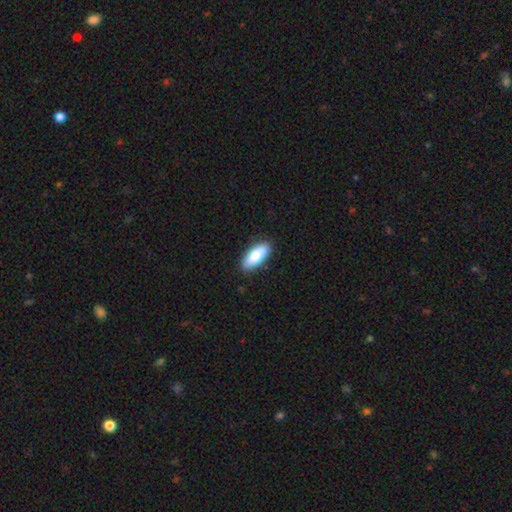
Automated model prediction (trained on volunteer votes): Smooth or featured: smooth — 82% (featured or disk — 12%)
How rounded: in between — 81% (cigar-shaped — 17%)
Merging: none — 87% (minor disturbance — 10%)